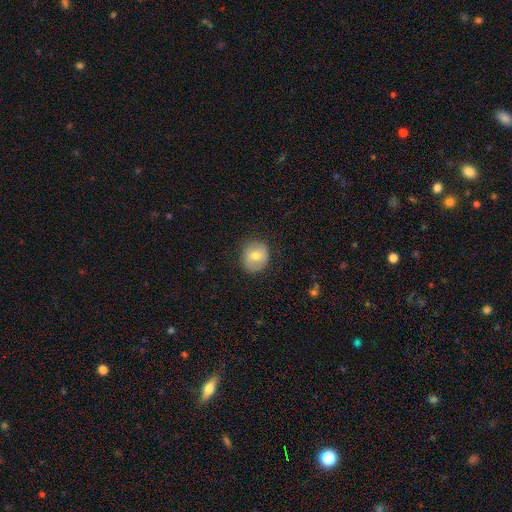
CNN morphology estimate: type=smooth (68%); roundness=round (85%); merging=none (82%).